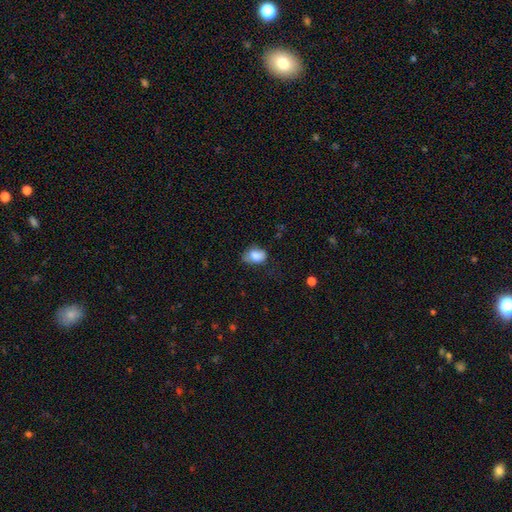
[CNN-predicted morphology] smooth_or_featured: smooth (p=0.81) [alt: featured or disk p=0.11]
how_rounded: in between (p=0.75) [alt: round p=0.24]
merging: none (p=0.54) [alt: minor disturbance p=0.33]